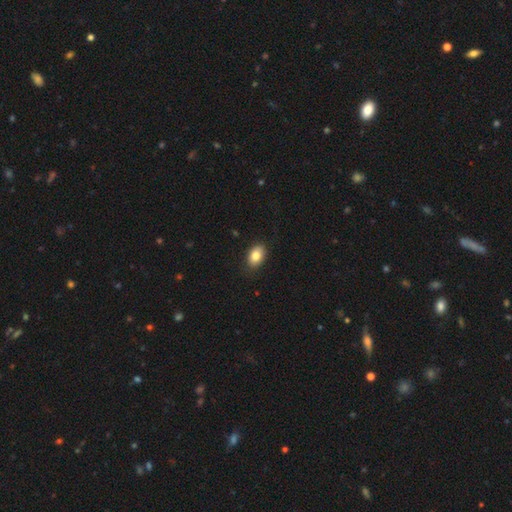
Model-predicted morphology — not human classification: A smooth galaxy with no disk features (83%) that is in between round and cigar-shaped (86%). Merging: none (87%).